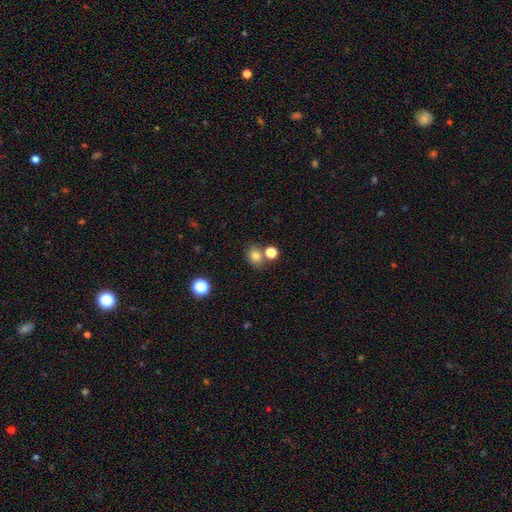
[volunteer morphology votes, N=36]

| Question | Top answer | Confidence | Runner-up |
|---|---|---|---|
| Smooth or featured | smooth | 86% | featured or disk (11%) |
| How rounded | round | 55% | in between (45%) |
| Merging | none | 54% | merger (26%) |